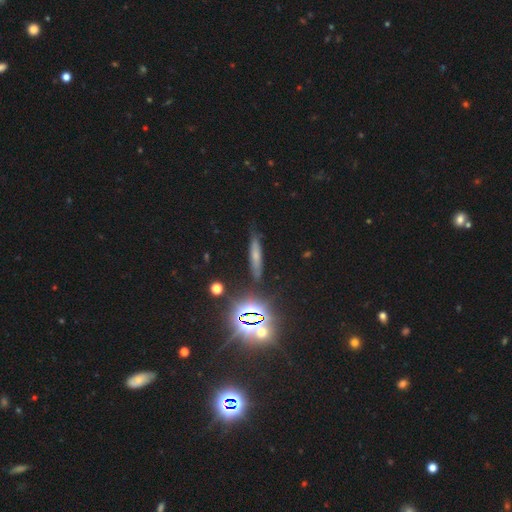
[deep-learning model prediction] Smooth or featured: smooth — 49% (star or artifact — 26%)
Merging: none — 81% (minor disturbance — 13%)